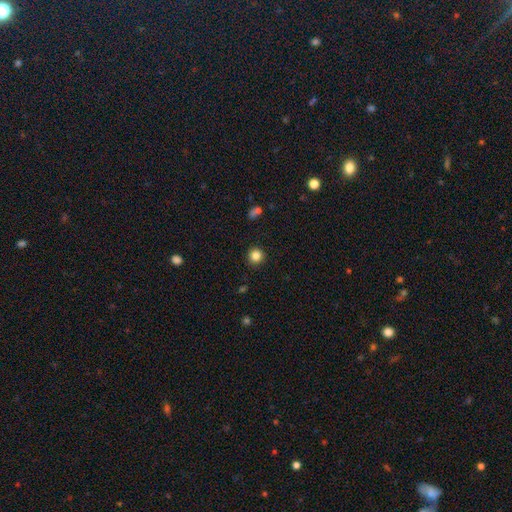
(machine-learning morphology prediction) Smooth or featured: smooth — 84% (star or artifact — 12%)
How rounded: round — 95% (in between — 4%)
Merging: none — 92% (minor disturbance — 5%)